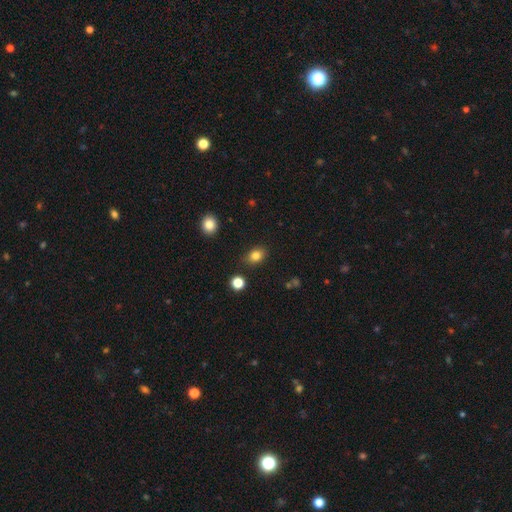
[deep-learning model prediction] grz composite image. It shows a smooth galaxy with no disk features (83%) that is in between round and cigar-shaped (67%). Merging: none (84%).